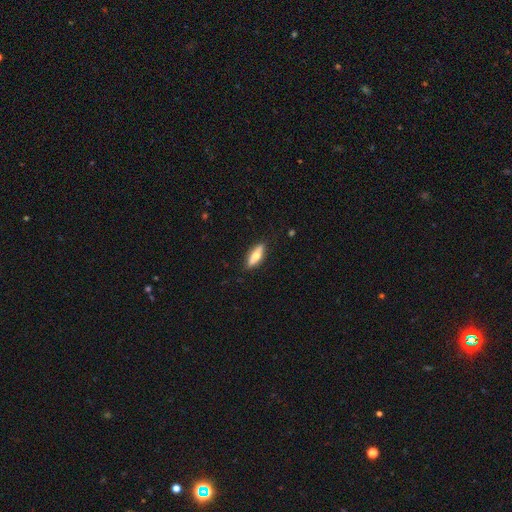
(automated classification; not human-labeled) smooth-or-featured: smooth: 59% | featured or disk: 35% | star or artifact: 6%
  how-rounded: in between: 56% | cigar-shaped: 41% | round: 3%
  merging: none: 87% | minor disturbance: 10% | major disturbance: 2% | merger: 1%